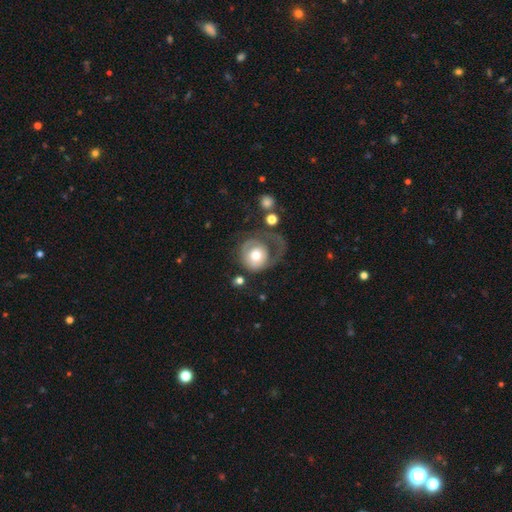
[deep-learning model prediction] Morphology: type=smooth (49%); merging=major disturbance (49%).